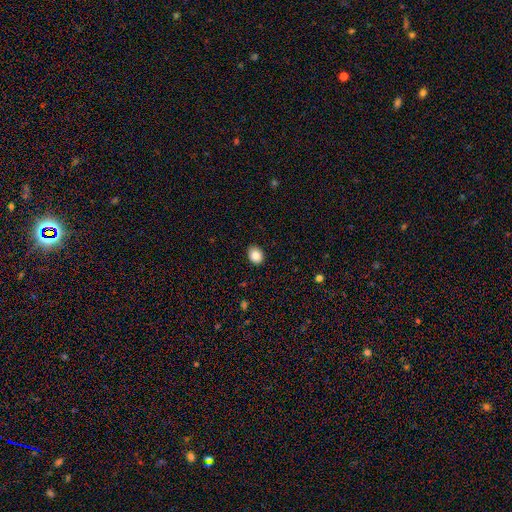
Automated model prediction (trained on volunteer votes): Smooth or featured?
  - smooth: 87% *
  - star or artifact: 9%
  - featured or disk: 4%
How rounded?
  - round: 56% *
  - in between: 43%
  - cigar-shaped: 1%
Merging?
  - none: 90% *
  - minor disturbance: 7%
  - major disturbance: 2%
  - merger: 1%